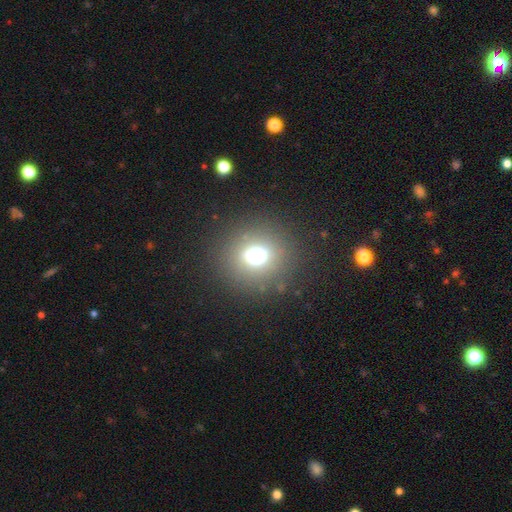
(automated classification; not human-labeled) smooth 63%, star or artifact 25%, featured or disk 12%. Down the decision tree: how rounded — round (85%); merging — none (84%).